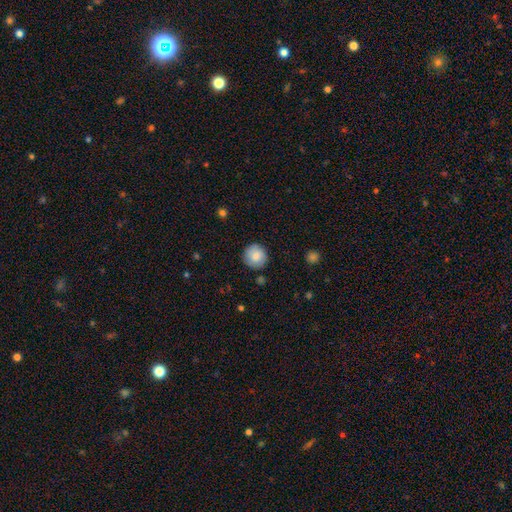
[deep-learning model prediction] Smooth or featured: smooth — 82% (featured or disk — 10%)
How rounded: round — 94% (in between — 5%)
Merging: none — 85% (minor disturbance — 10%)